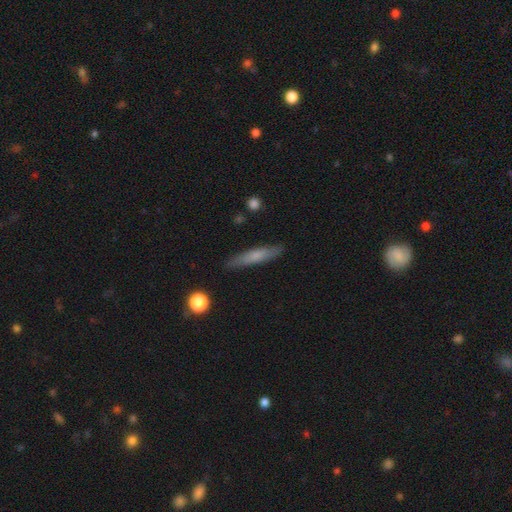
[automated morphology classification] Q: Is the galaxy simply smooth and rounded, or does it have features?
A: smooth — 64%.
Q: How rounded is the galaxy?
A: cigar-shaped — 87%.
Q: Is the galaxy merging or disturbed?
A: none — 86%.